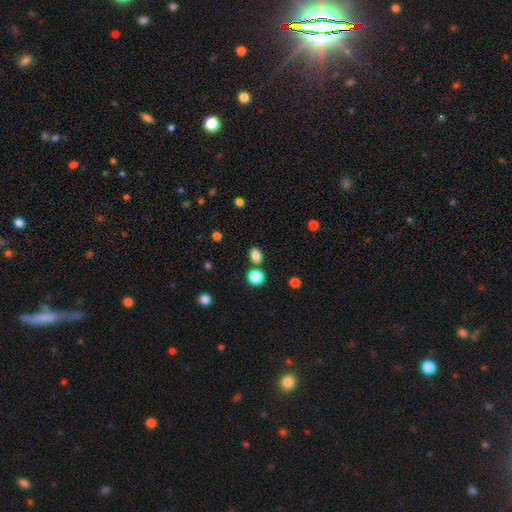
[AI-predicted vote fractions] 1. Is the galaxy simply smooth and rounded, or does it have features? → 82% smooth, 13% star or artifact, 4% featured or disk.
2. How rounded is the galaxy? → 56% round, 43% in between, 1% cigar-shaped.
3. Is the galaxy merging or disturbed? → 78% none, 11% merger, 8% minor disturbance, 3% major disturbance.